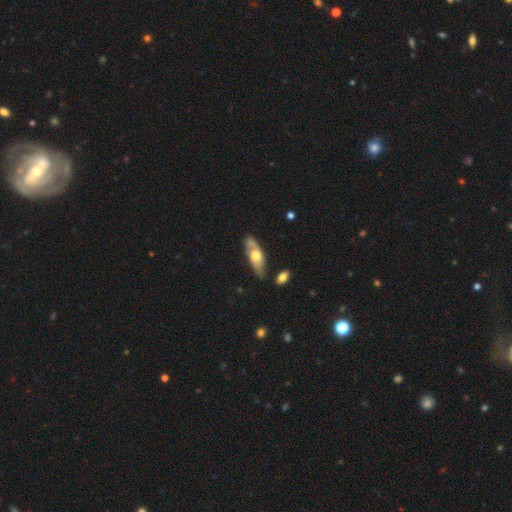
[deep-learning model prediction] smooth-or-featured: featured or disk: 52% | smooth: 43% | star or artifact: 5%
  disk-edge-on: no: 60% | yes: 40%
  merging: none: 67% | minor disturbance: 22% | merger: 6% | major disturbance: 5%